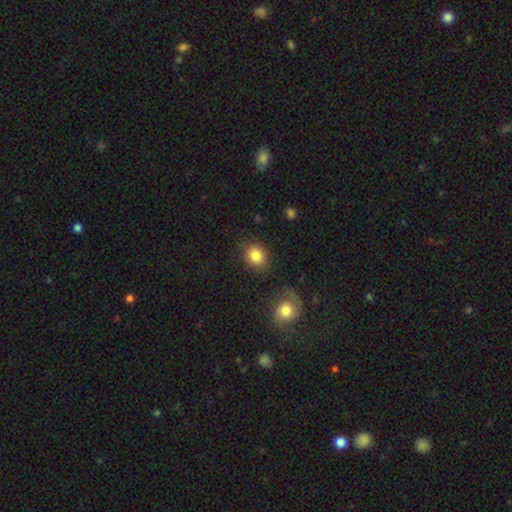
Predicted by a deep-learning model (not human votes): This is clearly a smooth galaxy (84%). How rounded: possibly round (55%). Merging: likely none (79%).